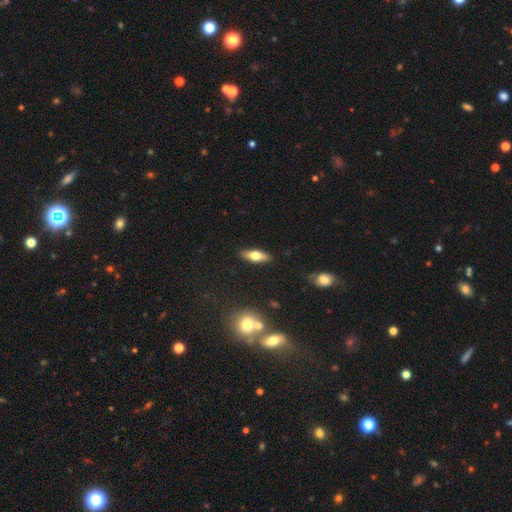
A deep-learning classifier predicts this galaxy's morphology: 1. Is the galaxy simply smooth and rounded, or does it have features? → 53% smooth, 40% featured or disk, 7% star or artifact.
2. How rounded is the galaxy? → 57% in between, 40% cigar-shaped, 3% round.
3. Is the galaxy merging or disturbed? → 88% none, 8% minor disturbance, 2% major disturbance, 2% merger.